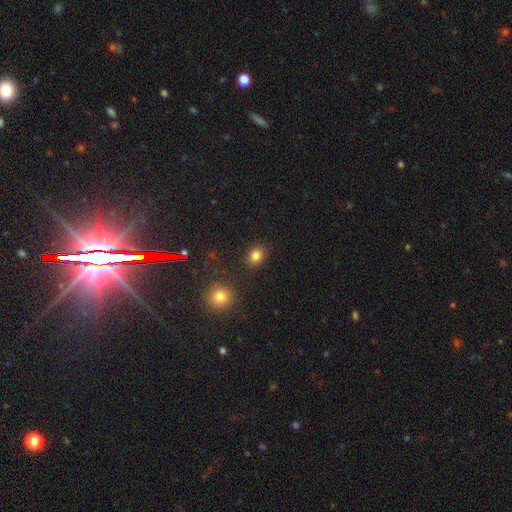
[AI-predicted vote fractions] Q: Smooth or featured?
A: smooth (82%); runner-up: star or artifact (13%)
Q: How rounded?
A: round (58%); runner-up: in between (41%)
Q: Merging?
A: none (85%); runner-up: minor disturbance (9%)